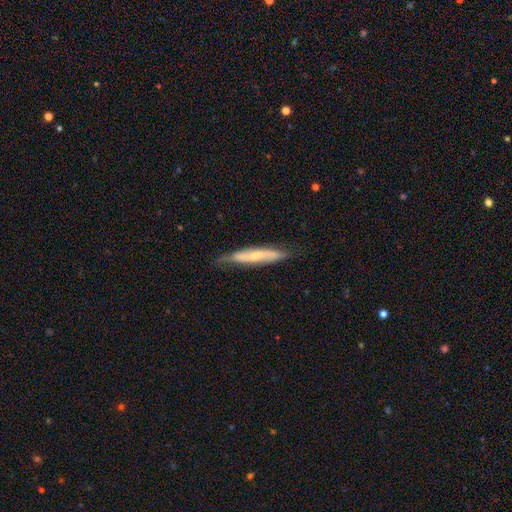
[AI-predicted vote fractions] Q: Smooth or featured?
A: featured or disk (59%); runner-up: smooth (35%)
Q: Edge-on disk?
A: yes (55%); runner-up: no (45%)
Q: Merging?
A: none (69%); runner-up: minor disturbance (24%)